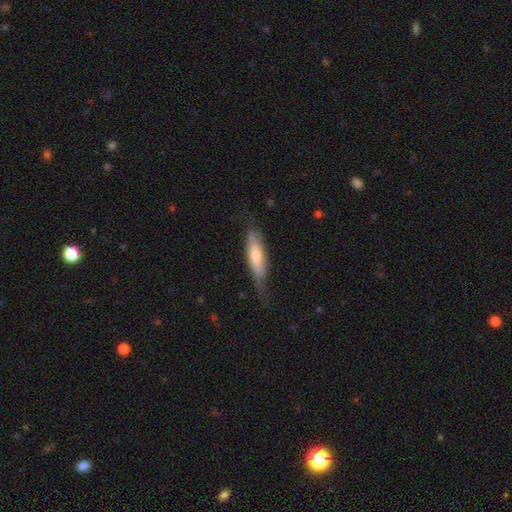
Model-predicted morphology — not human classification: smooth-or-featured: smooth: 53% | featured or disk: 41% | star or artifact: 7%
  how-rounded: cigar-shaped: 70% | in between: 28% | round: 2%
  merging: none: 61% | minor disturbance: 28% | major disturbance: 10% | merger: 2%